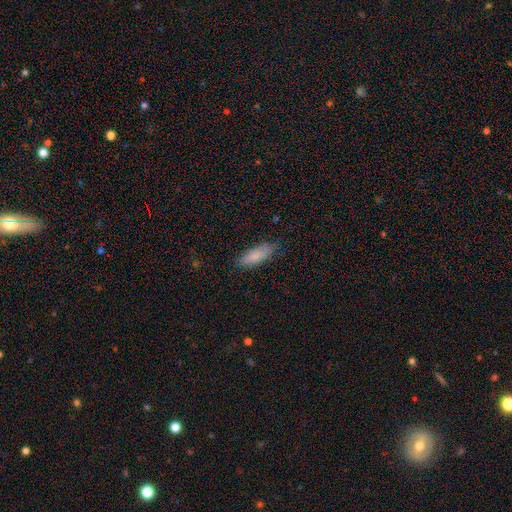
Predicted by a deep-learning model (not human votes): smooth 83%, featured or disk 11%, star or artifact 6%. Down the decision tree: how rounded — in between (68%); merging — none (78%).